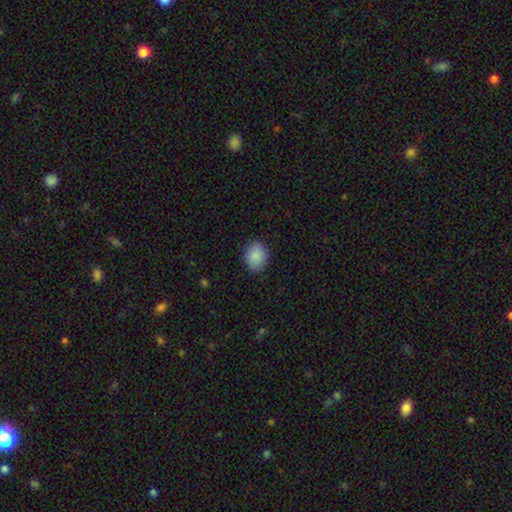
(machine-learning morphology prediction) A smooth galaxy with no disk features (89%) that is in between round and cigar-shaped (50%).

Vote fractions:
- Smooth or featured? smooth: 89% / star or artifact: 8% / featured or disk: 3%
- How rounded? in between: 50% / round: 49% / cigar-shaped: 1%
- Merging? none: 88% / minor disturbance: 9% / major disturbance: 2% / merger: 1%